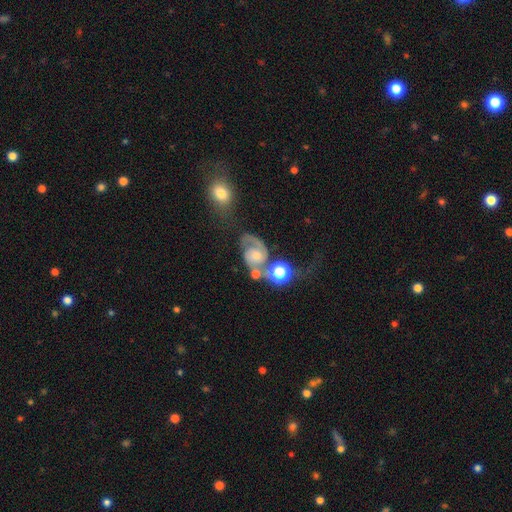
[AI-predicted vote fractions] A featured or disk galaxy (77%) with no bar (70%), 2 (79%) medium (50%) spiral arms (94%) and a moderate central bulge (45%).

Vote fractions:
- Smooth or featured? featured or disk: 77% / smooth: 14% / star or artifact: 9%
- Edge-on disk? no: 98% / yes: 2%
- Bar? no: 70% / weak: 25% / strong: 5%
- Spiral arms? yes: 94% / no: 6%
- Spiral winding? medium: 50% / tight: 26% / loose: 24%
- Spiral arm count? 2: 79% / 1: 12% / can't tell: 5% / 3: 2% / 4: 1% / more than 4: 1%
- Bulge size? moderate: 45% / small: 41% / large: 7% / none: 6% / dominant: 2%
- Merging? none: 38% / merger: 25% / major disturbance: 19% / minor disturbance: 18%